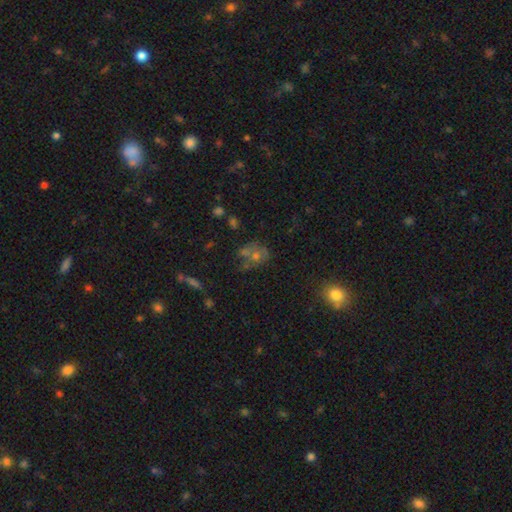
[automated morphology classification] smooth-or-featured: smooth: 46% | featured or disk: 31% | star or artifact: 23%
  merging: none: 44% | merger: 23% | minor disturbance: 19% | major disturbance: 14%